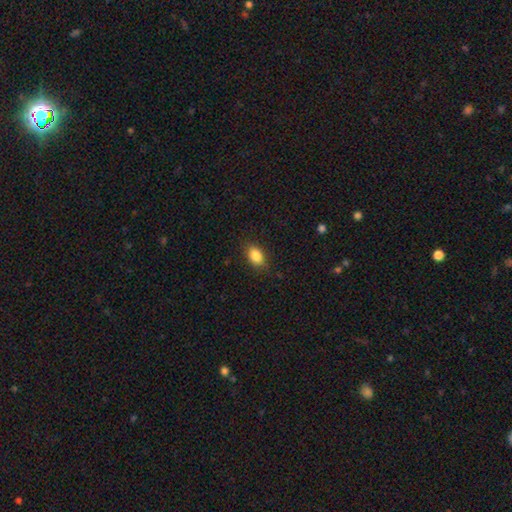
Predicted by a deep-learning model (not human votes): Morphology: type=smooth (86%); roundness=in between (85%); merging=none (84%).